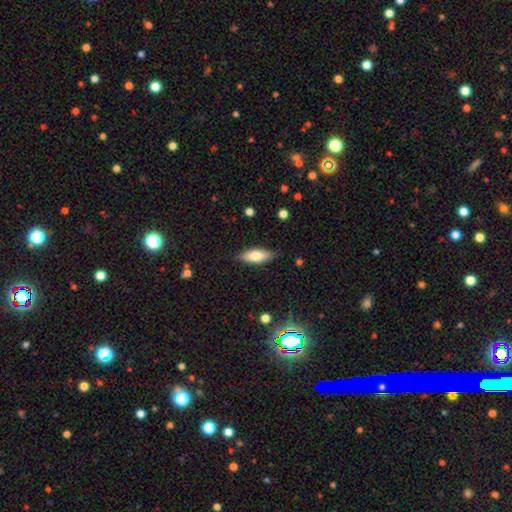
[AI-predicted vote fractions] Q: Smooth or featured?
A: smooth (71%); runner-up: featured or disk (23%)
Q: How rounded?
A: in between (72%); runner-up: cigar-shaped (25%)
Q: Merging?
A: none (84%); runner-up: minor disturbance (12%)